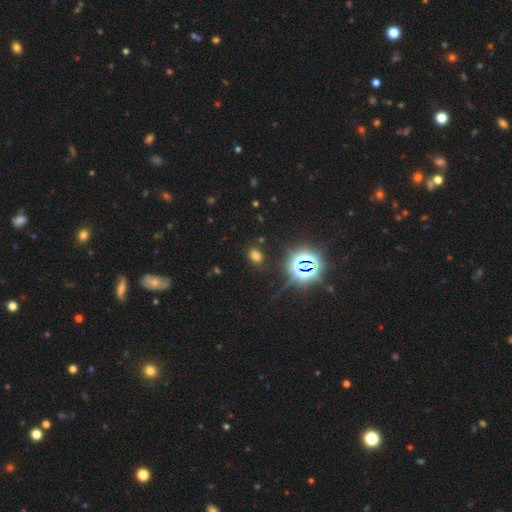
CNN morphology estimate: Q: Smooth or featured?
A: smooth (60%); runner-up: star or artifact (33%)
Q: How rounded?
A: in between (74%); runner-up: round (24%)
Q: Merging?
A: none (84%); runner-up: minor disturbance (10%)